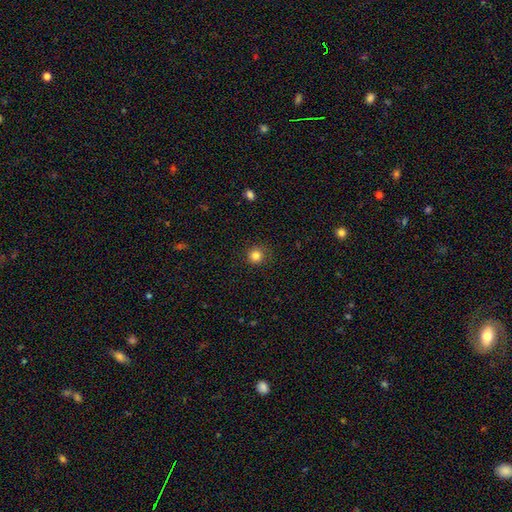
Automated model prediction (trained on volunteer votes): Smooth or featured? smooth (83%)
How rounded? round (93%)
Merging? none (86%)